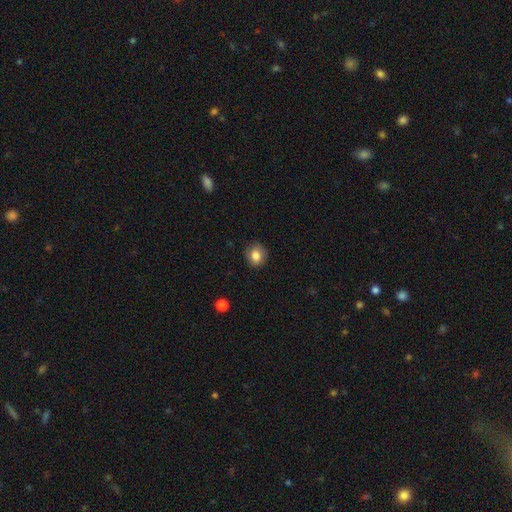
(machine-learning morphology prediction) Smooth or featured: smooth — 82% (star or artifact — 9%)
How rounded: round — 75% (in between — 24%)
Merging: none — 83% (minor disturbance — 13%)